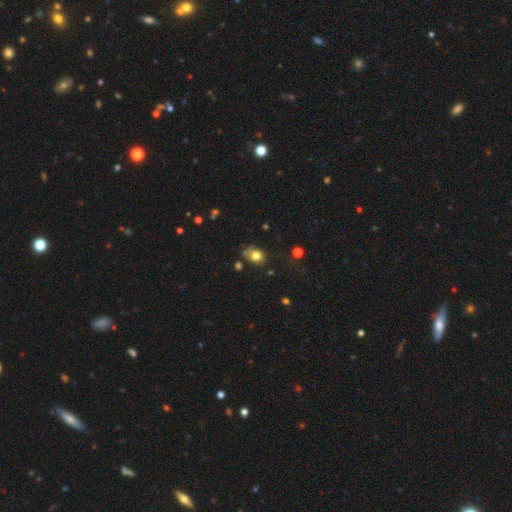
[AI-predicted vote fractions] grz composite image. It shows a smooth galaxy with no disk features (78%) that is in between round and cigar-shaped (52%). Merging: none (54%).